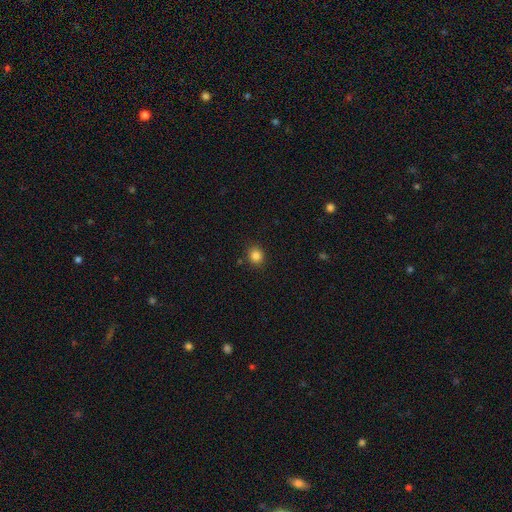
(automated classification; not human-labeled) Overall: smooth (84%). How rounded: round (80%). Merging: none (87%).